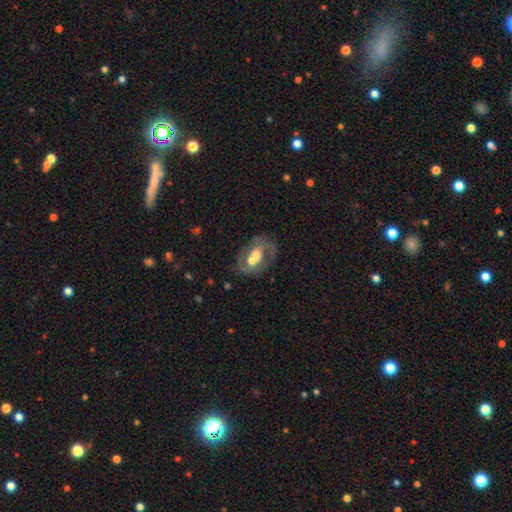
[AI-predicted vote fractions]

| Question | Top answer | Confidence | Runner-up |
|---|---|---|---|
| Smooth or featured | featured or disk | 64% | smooth (28%) |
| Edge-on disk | no | 96% | yes (4%) |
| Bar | no | 64% | weak (25%) |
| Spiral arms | yes | 54% | no (46%) |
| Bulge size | moderate | 62% | small (18%) |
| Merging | merger | 42% | none (34%) |